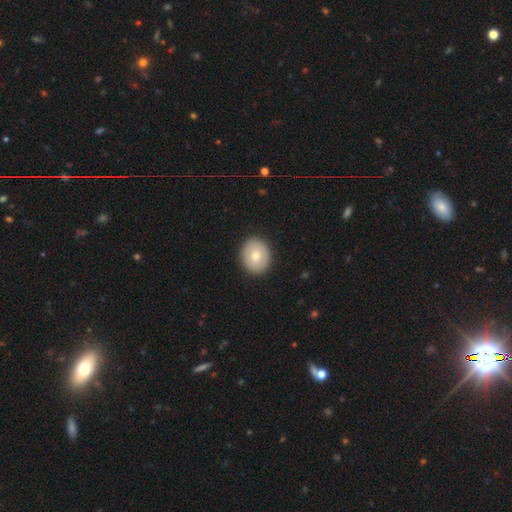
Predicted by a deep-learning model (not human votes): smooth_or_featured: smooth (p=0.75) [alt: featured or disk p=0.17]
how_rounded: round (p=0.69) [alt: in between p=0.30]
merging: none (p=0.90) [alt: minor disturbance p=0.07]